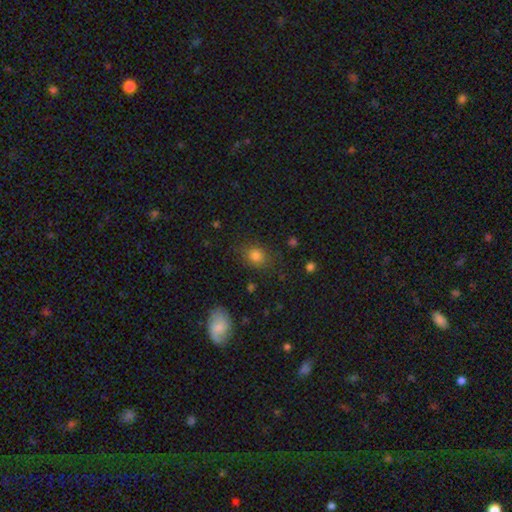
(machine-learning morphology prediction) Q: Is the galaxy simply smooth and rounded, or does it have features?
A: smooth — 81%.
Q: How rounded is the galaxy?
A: round — 57%.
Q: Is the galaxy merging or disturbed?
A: none — 78%.